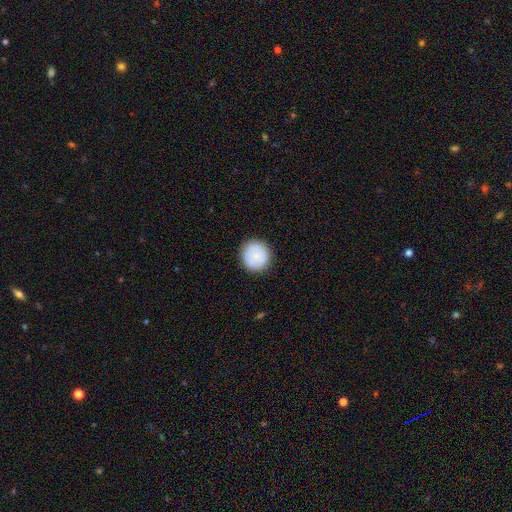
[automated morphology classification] Overall: smooth (80%). How rounded: round (93%). Merging: none (89%).